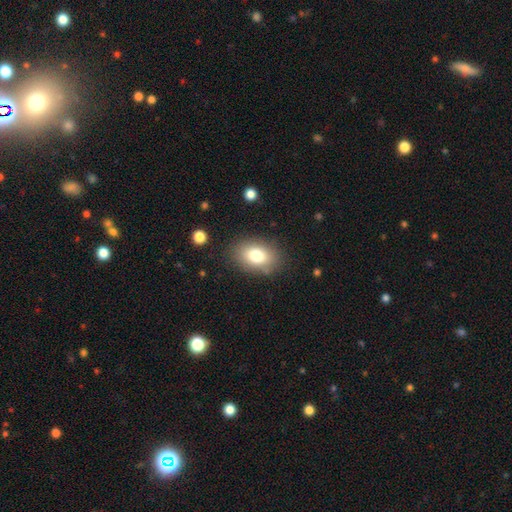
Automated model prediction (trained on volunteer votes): Smooth or featured? smooth (76%)
How rounded? in between (80%)
Merging? none (89%)